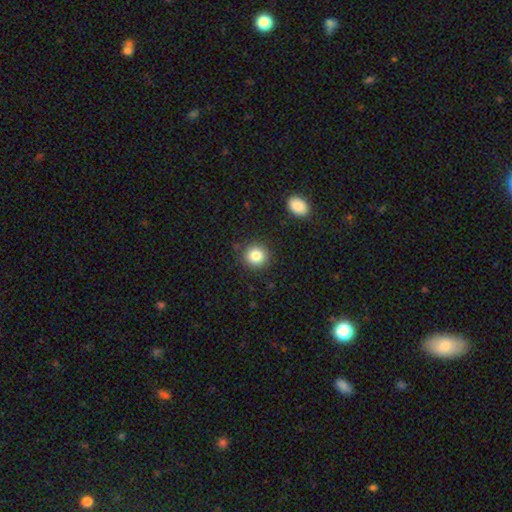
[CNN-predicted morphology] smooth 84%, star or artifact 10%, featured or disk 6%. Down the decision tree: how rounded — round (90%); merging — none (88%).